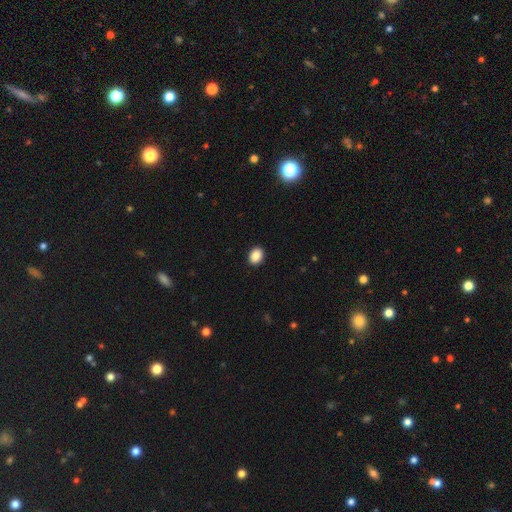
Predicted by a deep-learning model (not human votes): Smooth or featured? smooth (89%)
How rounded? in between (64%)
Merging? none (92%)